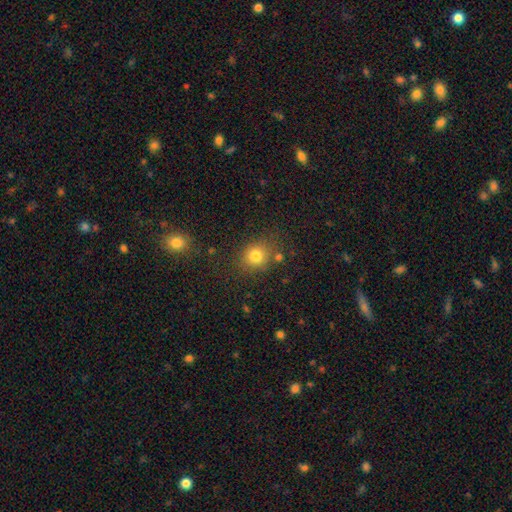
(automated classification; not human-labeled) Overall: smooth (78%). How rounded: round (77%). Merging: none (77%).